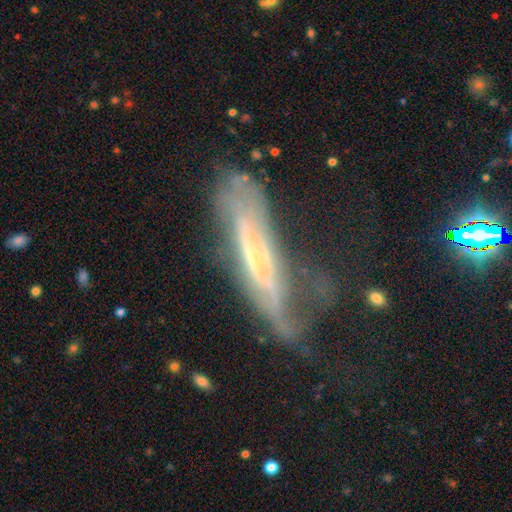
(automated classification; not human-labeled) The model was most divided on "merging": none: 39%, major disturbance: 29%, minor disturbance: 28%, merger: 4%. More confident: edge-on disk — yes (66%); smooth or featured — featured or disk (65%).